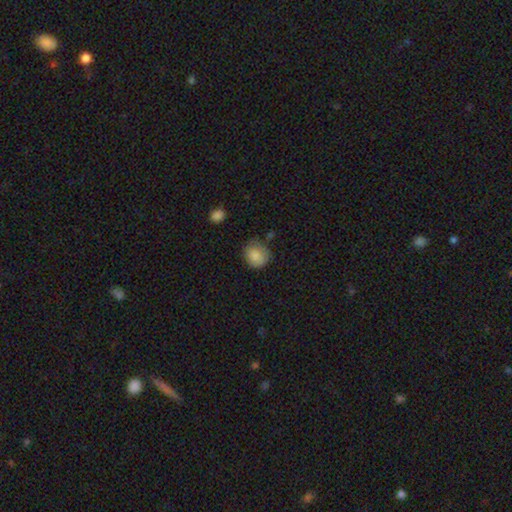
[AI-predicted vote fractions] A smooth galaxy with no disk features (85%) that is round (79%).

Vote fractions:
- Smooth or featured? smooth: 85% / star or artifact: 8% / featured or disk: 7%
- How rounded? round: 79% / in between: 21% / cigar-shaped: 1%
- Merging? none: 65% / minor disturbance: 26% / major disturbance: 6% / merger: 3%